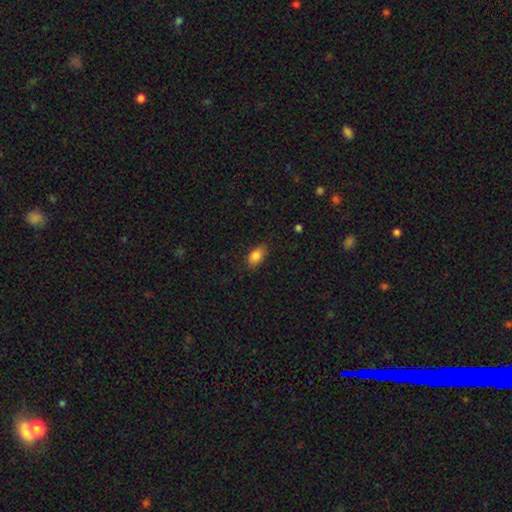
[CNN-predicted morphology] Smooth or featured: smooth — 85% (star or artifact — 8%)
How rounded: in between — 88% (round — 9%)
Merging: none — 79% (minor disturbance — 17%)